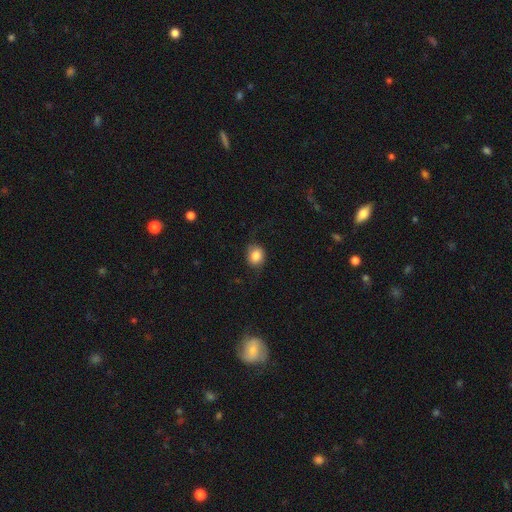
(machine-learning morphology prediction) Smooth or featured?
  - smooth: 81% *
  - featured or disk: 11%
  - star or artifact: 9%
How rounded?
  - round: 65% *
  - in between: 34%
  - cigar-shaped: 1%
Merging?
  - none: 72% *
  - minor disturbance: 20%
  - major disturbance: 7%
  - merger: 1%